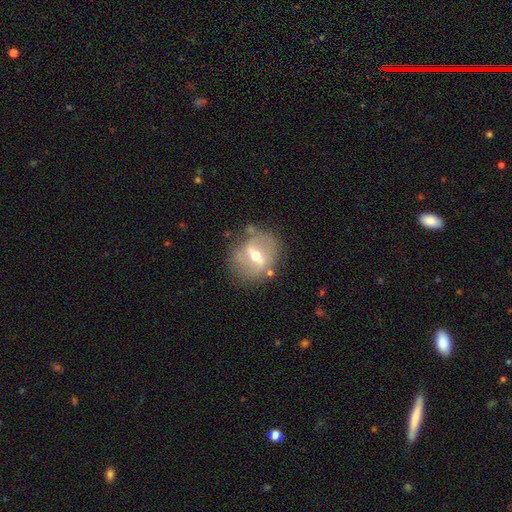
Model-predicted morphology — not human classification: type=featured or disk (66%); edge-on=no (88%); bar=strong (51%); spiral arms=no (61%); bulge=moderate (65%); merging=none (72%).